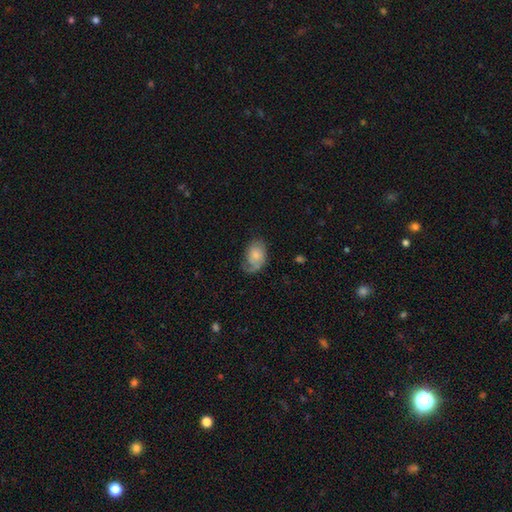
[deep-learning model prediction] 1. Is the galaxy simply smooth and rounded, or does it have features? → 56% smooth, 37% featured or disk, 7% star or artifact.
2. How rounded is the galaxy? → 82% in between, 17% round, 1% cigar-shaped.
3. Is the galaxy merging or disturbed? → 48% none, 29% minor disturbance, 21% major disturbance, 2% merger.